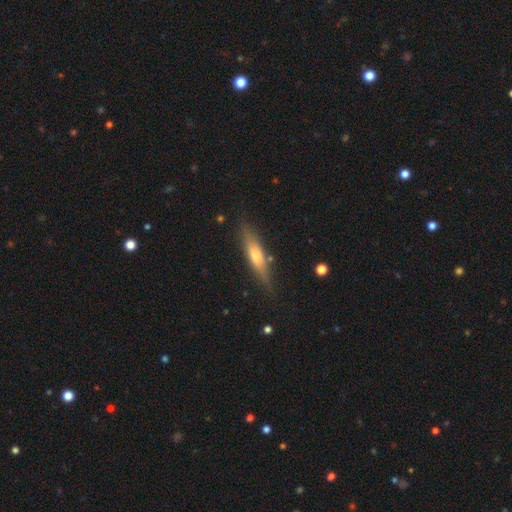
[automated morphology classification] Q: Smooth or featured?
A: featured or disk (48%); runner-up: smooth (45%)
Q: Merging?
A: none (82%); runner-up: minor disturbance (13%)